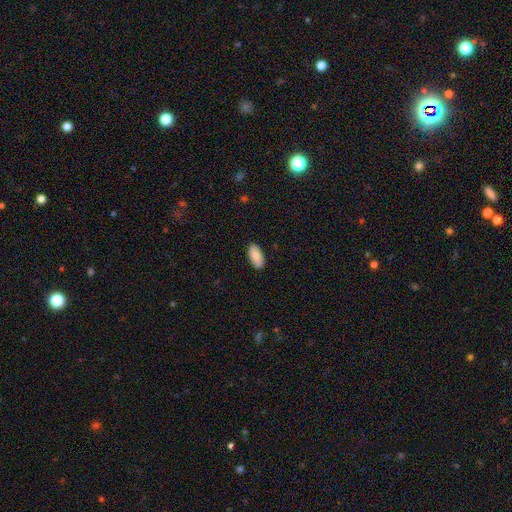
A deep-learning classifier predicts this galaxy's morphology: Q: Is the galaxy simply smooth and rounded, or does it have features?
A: smooth — 87%.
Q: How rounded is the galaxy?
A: in between — 93%.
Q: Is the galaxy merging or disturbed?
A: none — 87%.